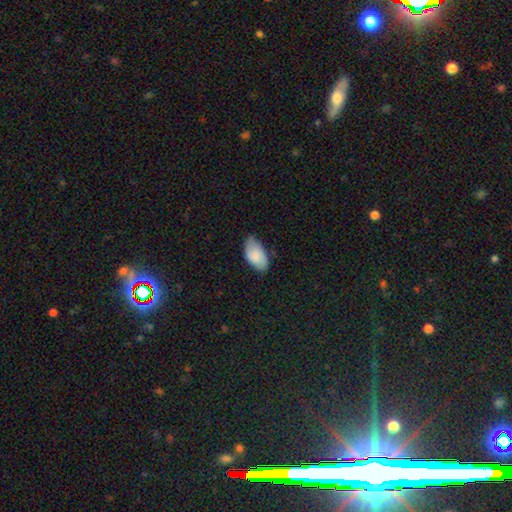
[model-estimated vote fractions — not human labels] Q: Smooth or featured?
A: smooth (82%); runner-up: featured or disk (12%)
Q: How rounded?
A: in between (95%); runner-up: round (3%)
Q: Merging?
A: none (62%); runner-up: minor disturbance (31%)